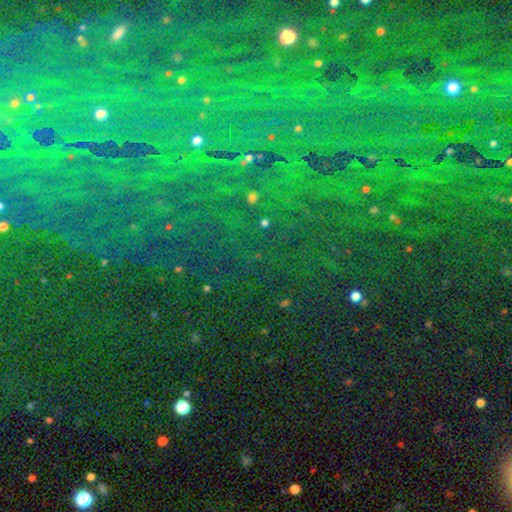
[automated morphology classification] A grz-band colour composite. It shows a star or artifact, not a galaxy (79%).